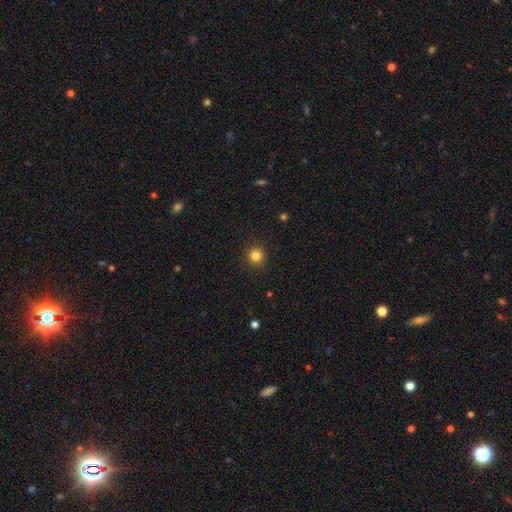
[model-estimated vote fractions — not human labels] Q: Smooth or featured?
A: smooth (83%); runner-up: star or artifact (12%)
Q: How rounded?
A: round (92%); runner-up: in between (7%)
Q: Merging?
A: none (91%); runner-up: minor disturbance (6%)